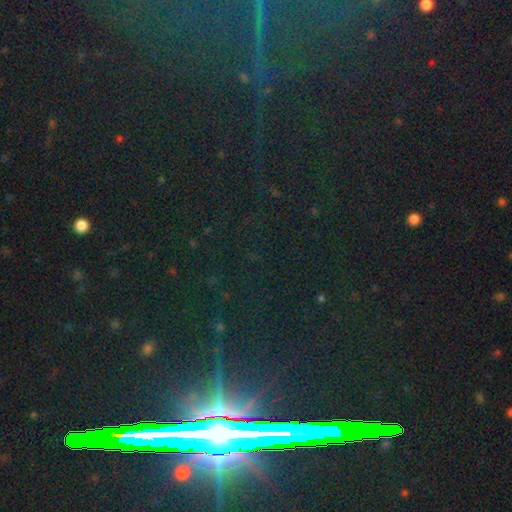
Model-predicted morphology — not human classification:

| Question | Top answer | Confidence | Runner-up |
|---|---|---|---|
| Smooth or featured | star or artifact | 85% | featured or disk (8%) |